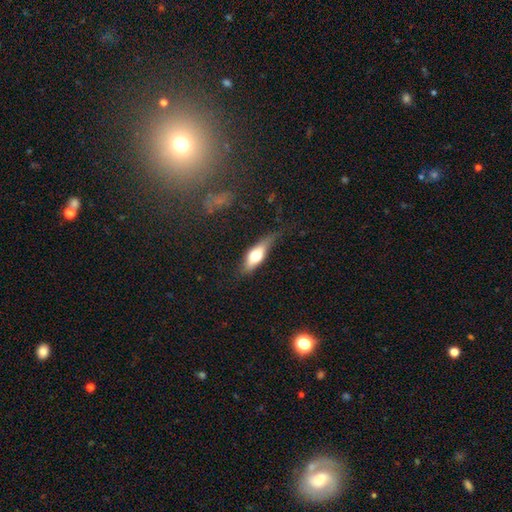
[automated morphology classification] Smooth or featured: smooth — 59% (featured or disk — 34%)
How rounded: in between — 60% (cigar-shaped — 36%)
Merging: none — 56% (minor disturbance — 30%)